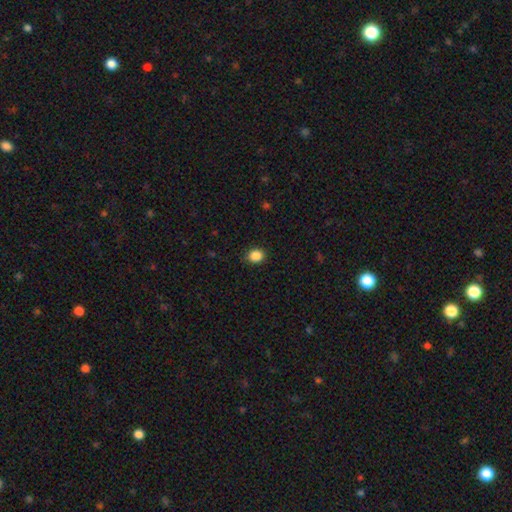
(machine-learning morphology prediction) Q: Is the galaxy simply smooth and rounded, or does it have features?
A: smooth — 87%.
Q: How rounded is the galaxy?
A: round — 64%.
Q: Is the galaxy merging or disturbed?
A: none — 88%.